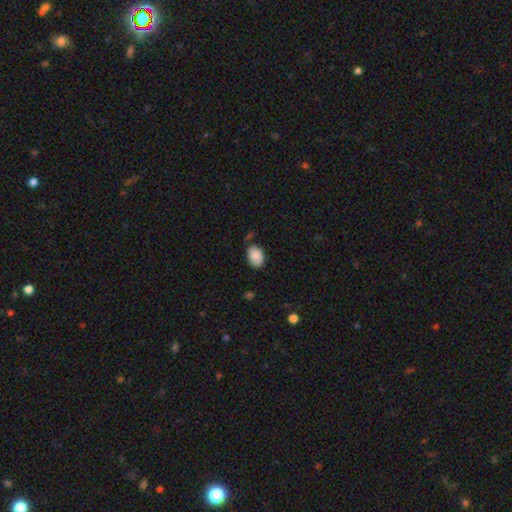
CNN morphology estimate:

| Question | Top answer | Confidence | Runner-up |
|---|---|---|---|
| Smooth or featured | smooth | 89% | star or artifact (7%) |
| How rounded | in between | 85% | round (14%) |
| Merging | none | 71% | minor disturbance (21%) |